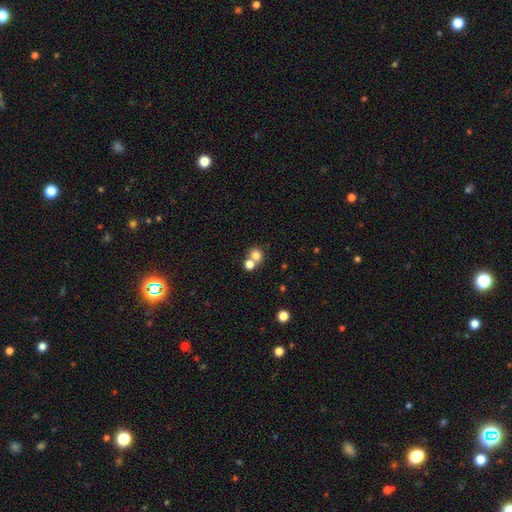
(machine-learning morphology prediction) The model was most divided on "merging": merger: 46%, none: 45%, minor disturbance: 6%, major disturbance: 3%. More confident: how rounded — round (83%); smooth or featured — smooth (78%).